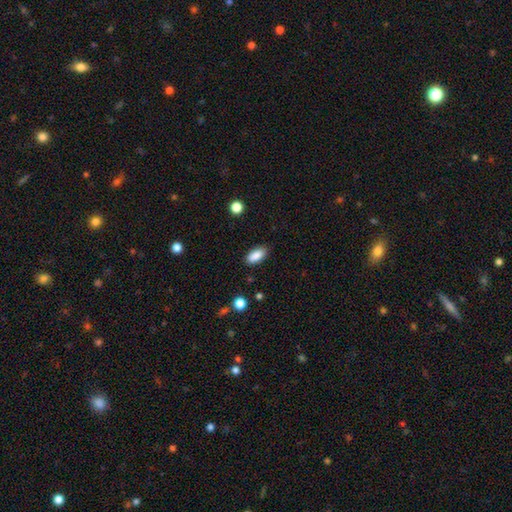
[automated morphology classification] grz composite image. It shows a smooth galaxy with no disk features (88%) that is in between round and cigar-shaped (88%). Merging: none (86%).